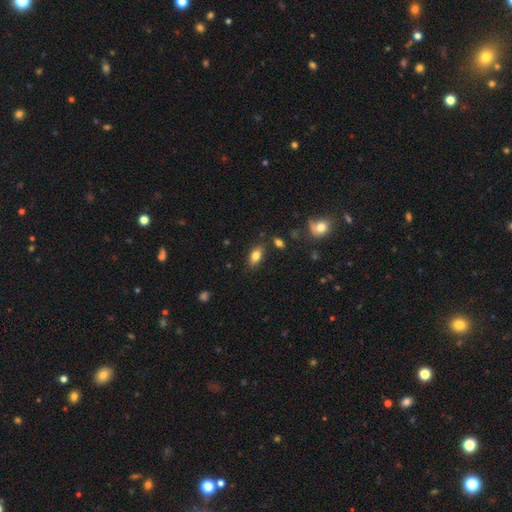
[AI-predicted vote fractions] This appears to be a smooth galaxy with no disk features (79%) that is in between round and cigar-shaped (87%). Merging: none (82%).